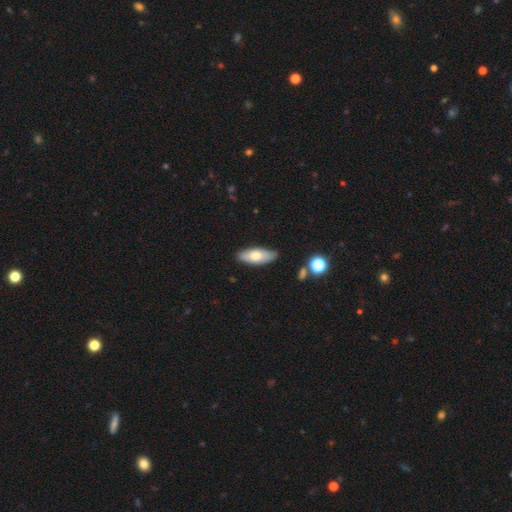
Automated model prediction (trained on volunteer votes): smooth_or_featured: smooth (p=0.67) [alt: featured or disk p=0.27]
how_rounded: in between (p=0.79) [alt: cigar-shaped p=0.18]
merging: none (p=0.82) [alt: minor disturbance p=0.14]